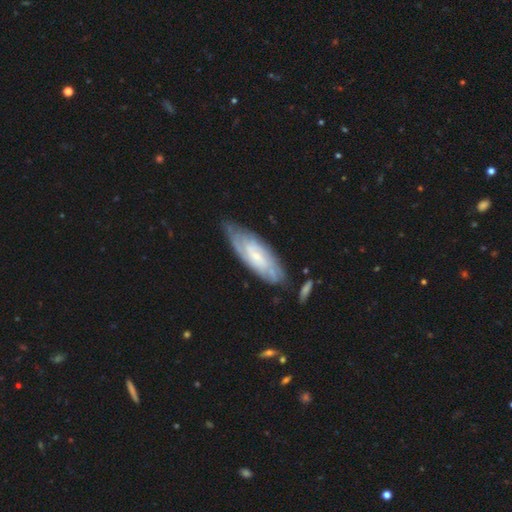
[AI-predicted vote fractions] This is likely a featured or disk galaxy (72%). It is clearly not viewed edge-on (85%). Bar: possibly no (56%). Spiral arm pattern: clearly yes (90%). Spiral arm count: possibly can't tell (53%). Spiral winding: likely tight (64%). Central bulge: likely small (68%). Merging: likely none (69%).